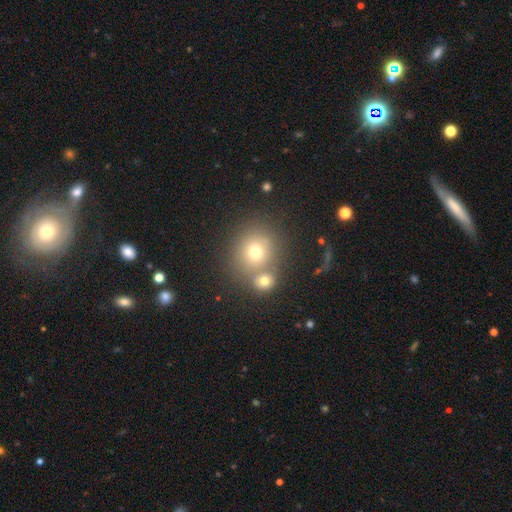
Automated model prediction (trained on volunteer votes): A smooth galaxy with no disk features (65%) that is round (84%). Merging: none (60%).